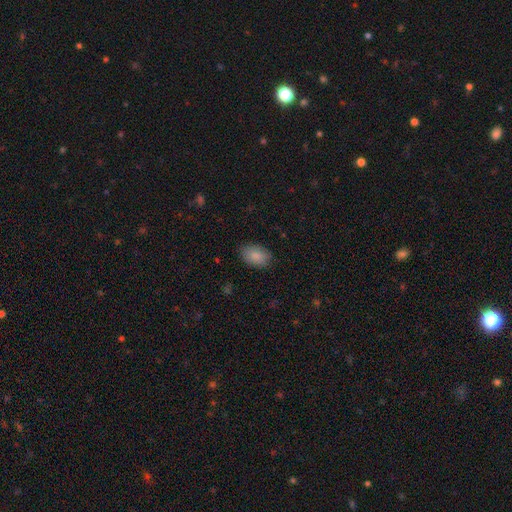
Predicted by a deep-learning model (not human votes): Q: Smooth or featured?
A: smooth (88%); runner-up: star or artifact (7%)
Q: How rounded?
A: in between (88%); runner-up: round (10%)
Q: Merging?
A: none (84%); runner-up: minor disturbance (12%)